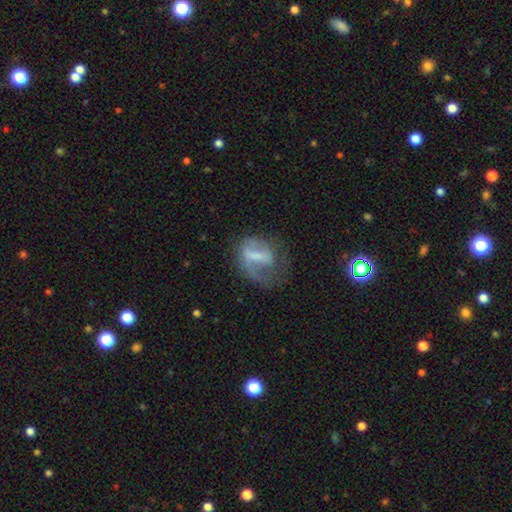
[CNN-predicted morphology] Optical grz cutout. It shows a featured or disk galaxy (54%) with a weak bar (38%), no spiral arms (51%) and no central bulge (40%). Merging: major disturbance (39%).